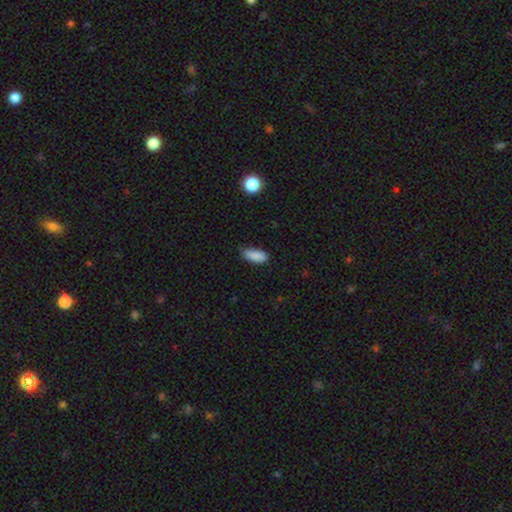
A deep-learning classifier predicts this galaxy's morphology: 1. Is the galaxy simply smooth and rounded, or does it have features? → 88% smooth, 7% star or artifact, 5% featured or disk.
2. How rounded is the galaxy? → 84% in between, 14% cigar-shaped, 2% round.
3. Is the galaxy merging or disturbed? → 66% none, 28% minor disturbance, 4% major disturbance, 1% merger.